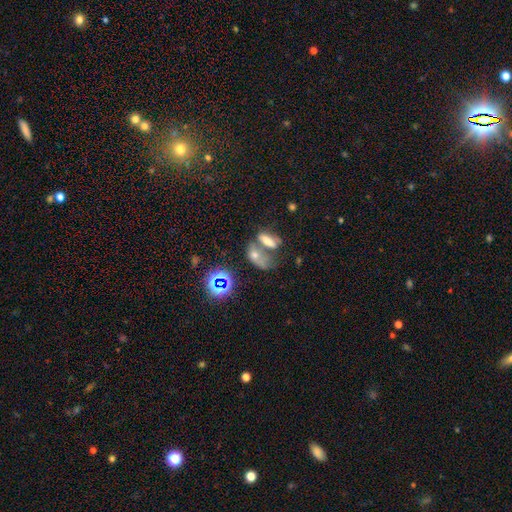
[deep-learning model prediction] Smooth or featured?
  - smooth: 53% *
  - star or artifact: 26%
  - featured or disk: 21%
How rounded?
  - in between: 74% *
  - cigar-shaped: 15%
  - round: 11%
Merging?
  - merger: 52% *
  - none: 29%
  - minor disturbance: 11%
  - major disturbance: 9%